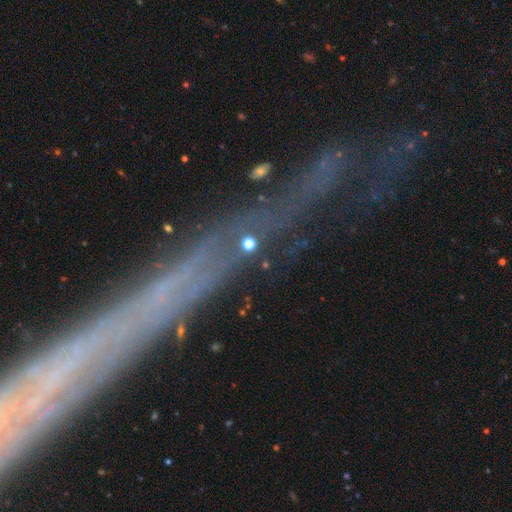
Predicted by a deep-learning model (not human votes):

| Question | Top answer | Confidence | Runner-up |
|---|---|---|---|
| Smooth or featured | featured or disk | 53% | star or artifact (27%) |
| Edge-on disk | yes | 70% | no (30%) |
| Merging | none | 71% | minor disturbance (16%) |